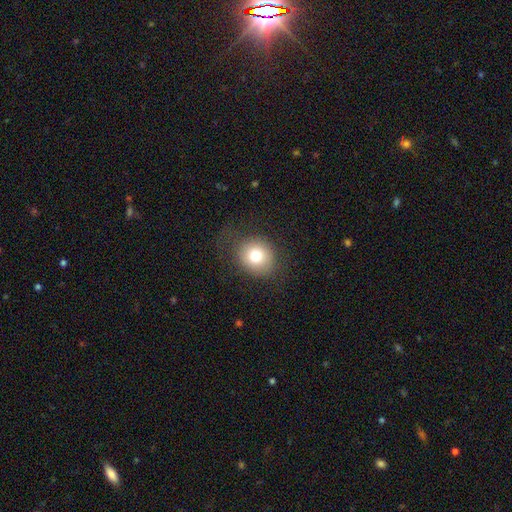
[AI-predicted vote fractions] Q: Smooth or featured?
A: smooth (75%); runner-up: featured or disk (13%)
Q: How rounded?
A: round (80%); runner-up: in between (19%)
Q: Merging?
A: none (78%); runner-up: minor disturbance (13%)